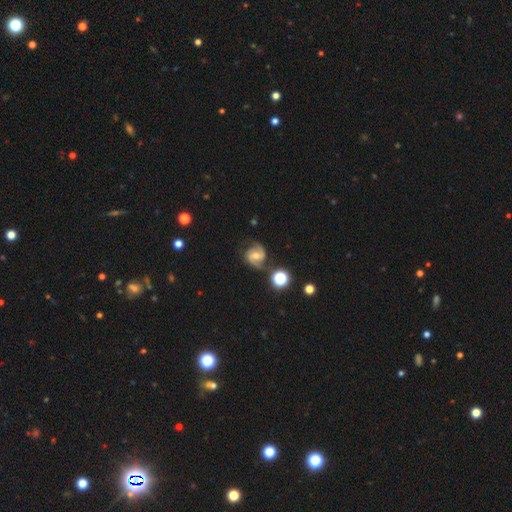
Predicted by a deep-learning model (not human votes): Morphology: type=featured or disk (78%); edge-on=no (98%); bar=weak (47%); spiral arms=yes (95%); winding=medium (52%); arm count=2 (89%); bulge=moderate (60%); merging=none (74%).